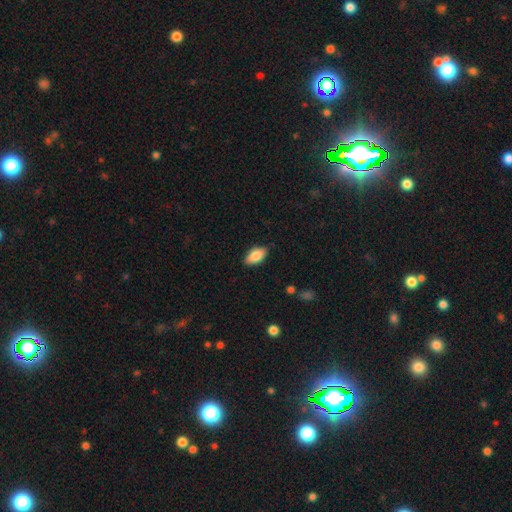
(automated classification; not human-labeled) smooth-or-featured: smooth: 83% | featured or disk: 10% | star or artifact: 7%
  how-rounded: in between: 92% | cigar-shaped: 5% | round: 3%
  merging: none: 85% | minor disturbance: 12% | major disturbance: 2% | merger: 1%